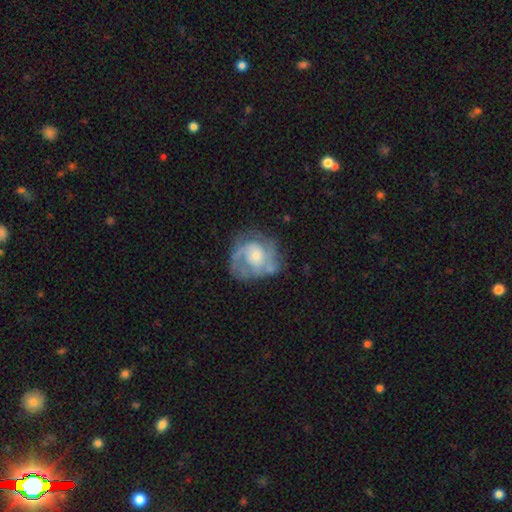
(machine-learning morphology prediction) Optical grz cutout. It shows a featured or disk galaxy (77%) with no bar (68%), 2 (43%) tight (46%) spiral arms (87%) and a small central bulge (45%). Merging: none (59%).